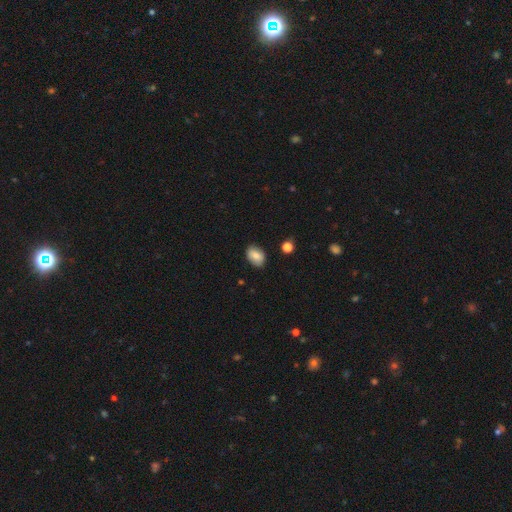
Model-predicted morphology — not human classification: This appears to be a smooth galaxy with no disk features (81%) that is in between round and cigar-shaped (83%). Merging: none (83%).